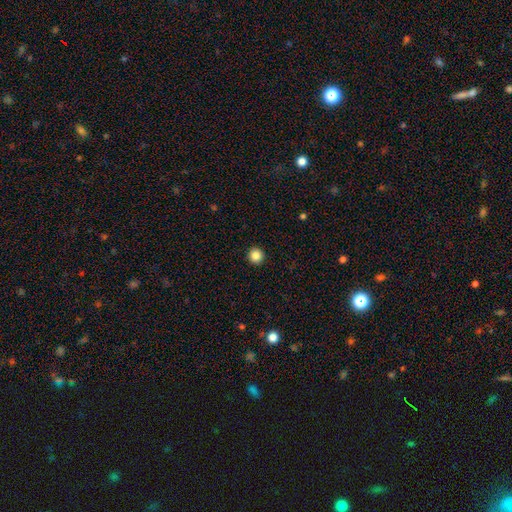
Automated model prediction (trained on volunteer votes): Smooth or featured? smooth (86%)
How rounded? round (95%)
Merging? none (94%)